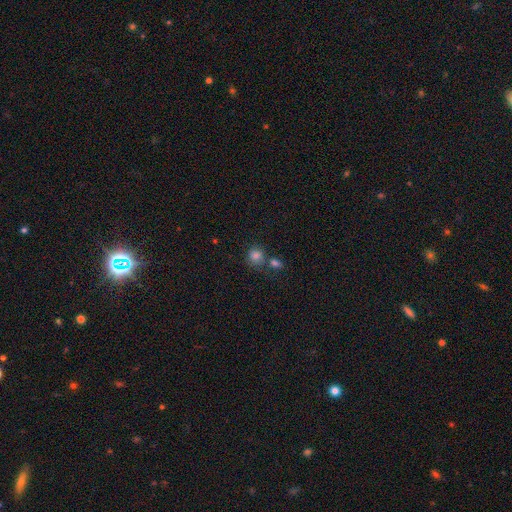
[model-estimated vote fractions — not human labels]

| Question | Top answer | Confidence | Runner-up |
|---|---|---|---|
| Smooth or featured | smooth | 81% | star or artifact (12%) |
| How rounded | round | 74% | in between (25%) |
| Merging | none | 56% | merger (26%) |